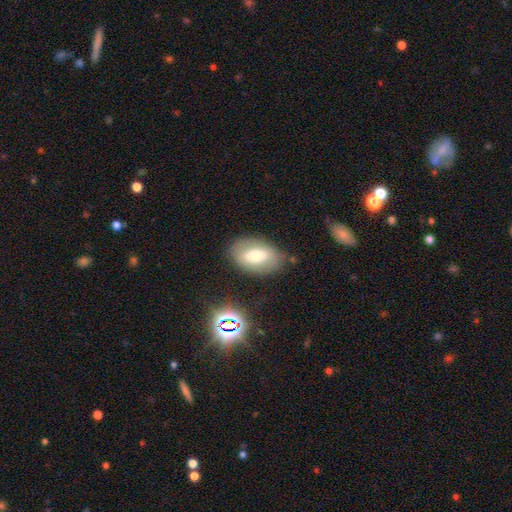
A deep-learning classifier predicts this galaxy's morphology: Smooth or featured? Predicted: smooth (p=0.52). How rounded? Predicted: in between (p=0.88). Merging? Predicted: none (p=0.78).